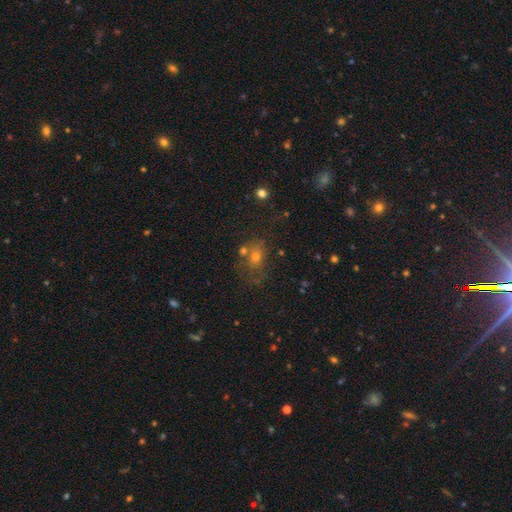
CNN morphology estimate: Smooth or featured? smooth (51%)
How rounded? round (54%)
Merging? none (56%)